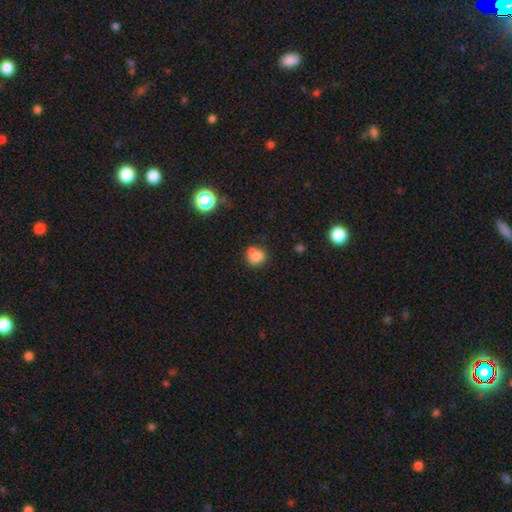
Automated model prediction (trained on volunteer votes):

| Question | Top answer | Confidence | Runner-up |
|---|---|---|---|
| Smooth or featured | smooth | 77% | star or artifact (12%) |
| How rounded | round | 70% | in between (29%) |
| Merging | none | 45% | merger (30%) |